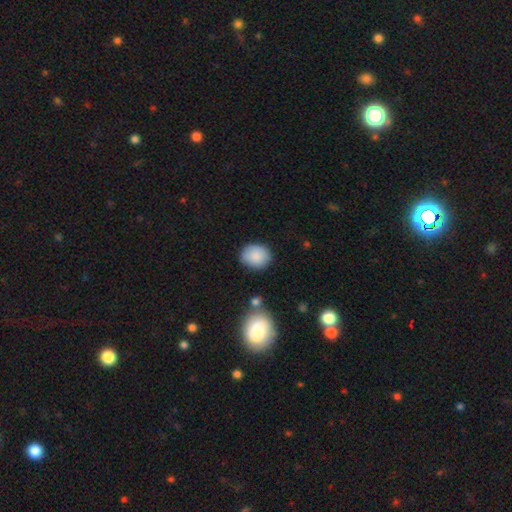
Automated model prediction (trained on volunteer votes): smooth-or-featured: smooth: 87% | star or artifact: 7% | featured or disk: 6%
  how-rounded: round: 60% | in between: 39% | cigar-shaped: 1%
  merging: none: 83% | minor disturbance: 11% | merger: 3% | major disturbance: 3%